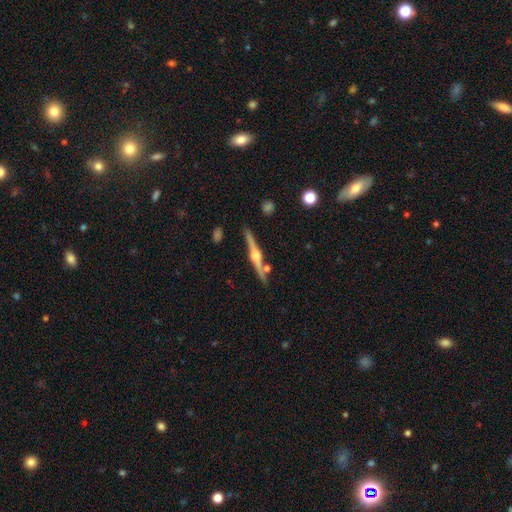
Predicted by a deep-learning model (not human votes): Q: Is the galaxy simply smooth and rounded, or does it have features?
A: featured or disk — 83%.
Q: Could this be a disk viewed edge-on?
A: yes — 98%.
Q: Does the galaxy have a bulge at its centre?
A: rounded — 93%.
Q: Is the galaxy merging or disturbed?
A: none — 83%.